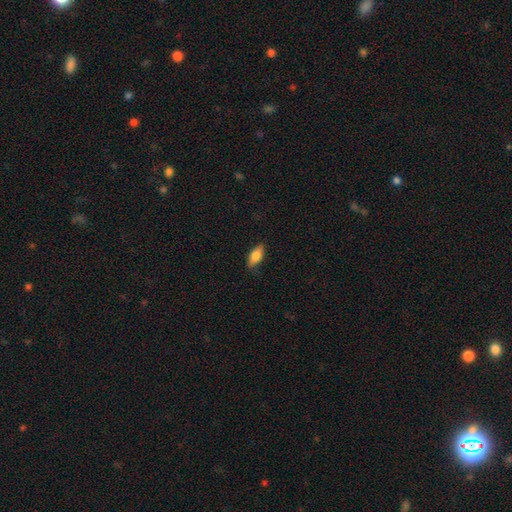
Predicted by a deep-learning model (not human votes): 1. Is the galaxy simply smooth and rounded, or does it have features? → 78% smooth, 15% featured or disk, 6% star or artifact.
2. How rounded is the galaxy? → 79% in between, 18% cigar-shaped, 3% round.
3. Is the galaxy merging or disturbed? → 83% none, 14% minor disturbance, 3% major disturbance, 1% merger.